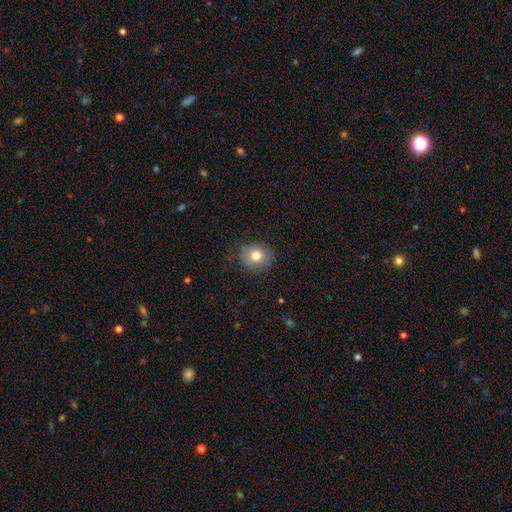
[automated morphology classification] This appears to be a smooth galaxy with no disk features (77%) that is round (79%). Merging: none (79%).